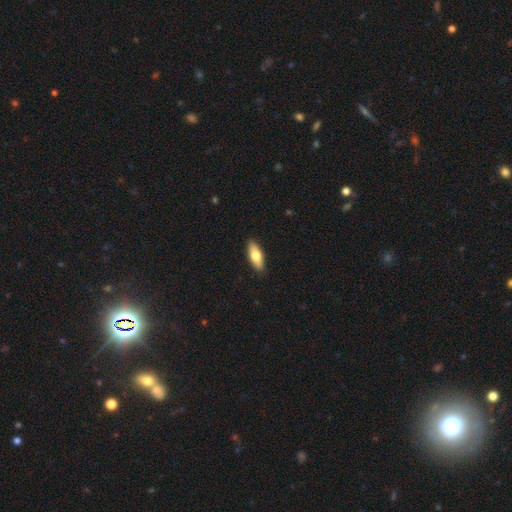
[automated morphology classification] Smooth or featured: smooth — 70% (featured or disk — 24%)
How rounded: in between — 70% (cigar-shaped — 27%)
Merging: none — 90% (minor disturbance — 7%)